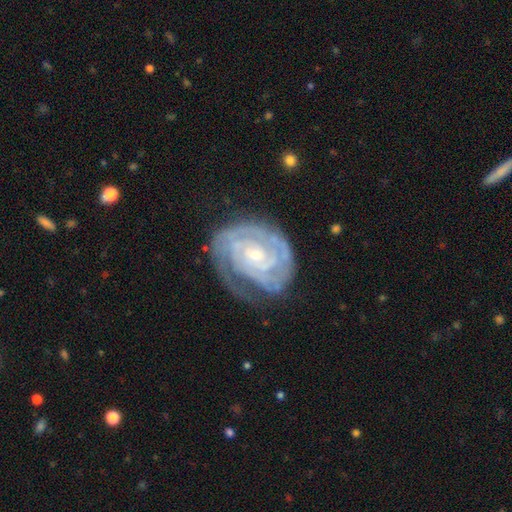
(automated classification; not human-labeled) featured or disk 88%, smooth 7%, star or artifact 5%. Down the decision tree: edge-on disk — no (97%); bar — no (66%); spiral arms — yes (96%); spiral arm count — 2 (31%); spiral winding — tight (79%); bulge size — small (72%); merging — none (63%).